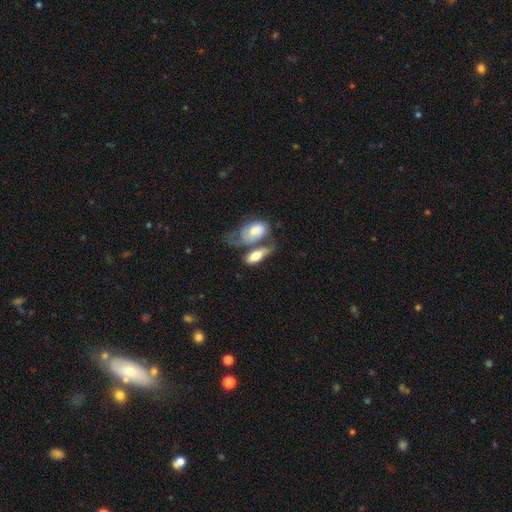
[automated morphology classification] This is likely a smooth galaxy (66%). How rounded: clearly in between (84%). Merging: possibly merger (53%).